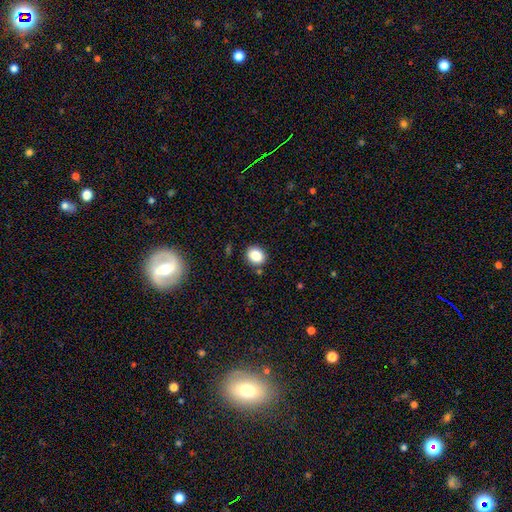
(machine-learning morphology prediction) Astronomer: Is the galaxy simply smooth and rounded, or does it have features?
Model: smooth — 86%.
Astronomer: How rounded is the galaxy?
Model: round — 67%.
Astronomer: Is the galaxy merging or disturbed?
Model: none — 86%.